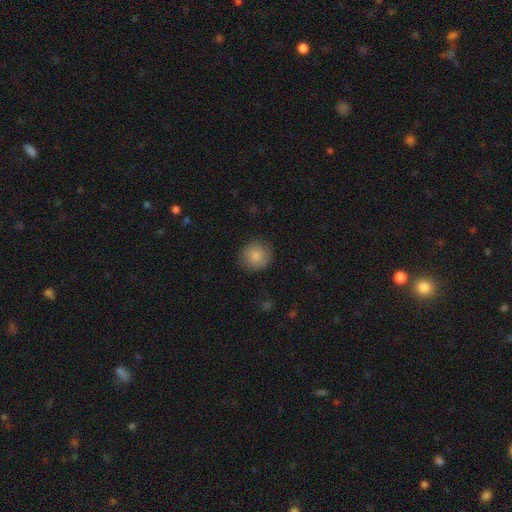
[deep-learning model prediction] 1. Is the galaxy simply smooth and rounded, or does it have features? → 86% smooth, 9% star or artifact, 5% featured or disk.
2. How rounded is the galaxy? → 92% round, 7% in between, 1% cigar-shaped.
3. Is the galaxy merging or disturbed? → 88% none, 8% minor disturbance, 2% major disturbance, 1% merger.